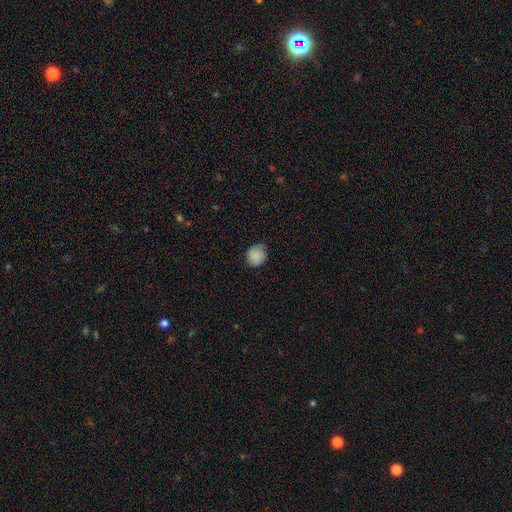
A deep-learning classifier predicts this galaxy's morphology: Smooth or featured?
  - smooth: 85% *
  - star or artifact: 8%
  - featured or disk: 8%
How rounded?
  - round: 75% *
  - in between: 25%
  - cigar-shaped: 1%
Merging?
  - none: 65% *
  - minor disturbance: 28%
  - major disturbance: 5%
  - merger: 1%